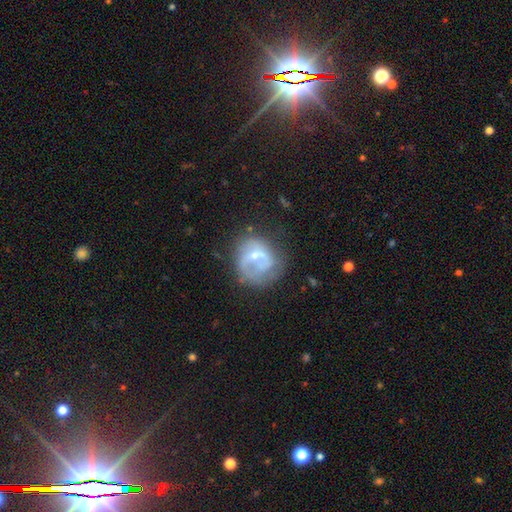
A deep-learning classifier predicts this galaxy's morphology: A featured or disk galaxy (62%) with no bar (46%), spiral arms (60%) and a small central bulge (59%).

Vote fractions:
- Smooth or featured? featured or disk: 62% / smooth: 30% / star or artifact: 8%
- Edge-on disk? no: 97% / yes: 3%
- Bar? no: 46% / weak: 41% / strong: 13%
- Spiral arms? yes: 60% / no: 40%
- Bulge size? small: 59% / moderate: 35% / none: 4% / large: 2% / dominant: 1%
- Merging? none: 49% / minor disturbance: 26% / major disturbance: 22% / merger: 3%